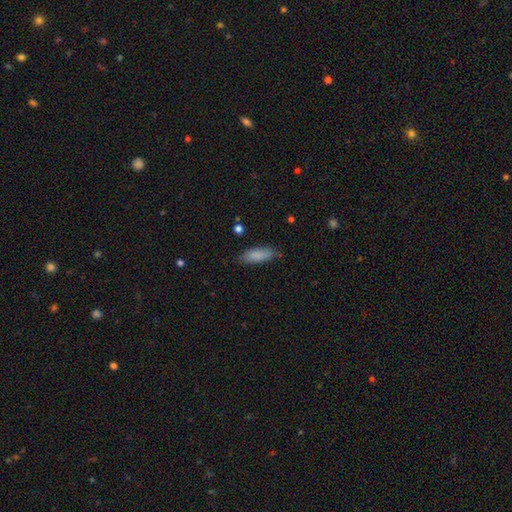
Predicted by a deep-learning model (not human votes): Smooth or featured? smooth (85%)
How rounded? in between (60%)
Merging? none (77%)